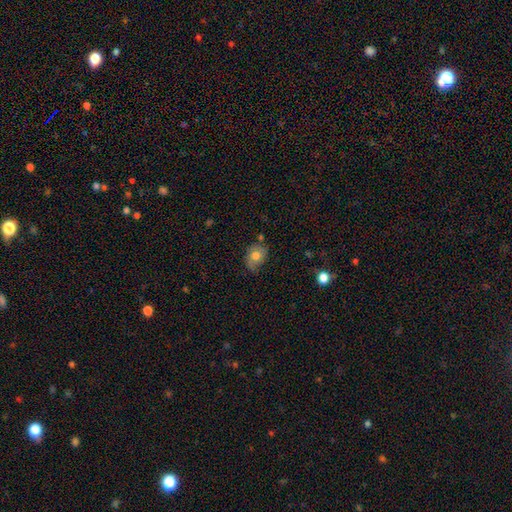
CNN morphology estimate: This is likely a smooth galaxy (74%). How rounded: possibly in between (60%). Merging: likely none (60%).